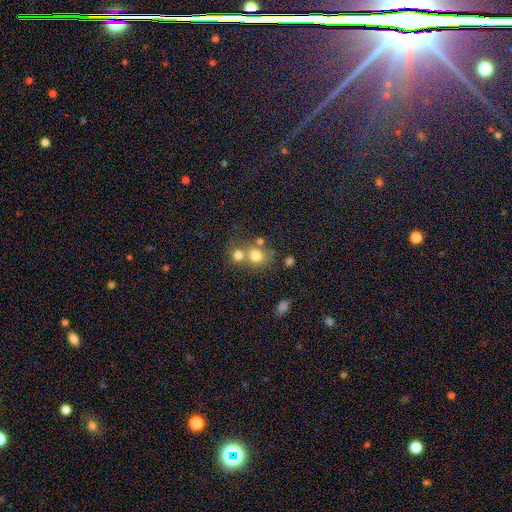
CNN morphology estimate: Smooth or featured? smooth (73%)
How rounded? round (78%)
Merging? merger (46%)